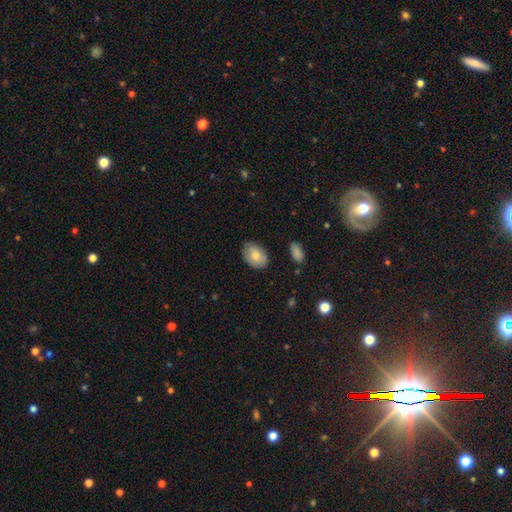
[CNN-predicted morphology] A smooth galaxy with no disk features (76%) that is in between round and cigar-shaped (88%). Merging: none (79%).